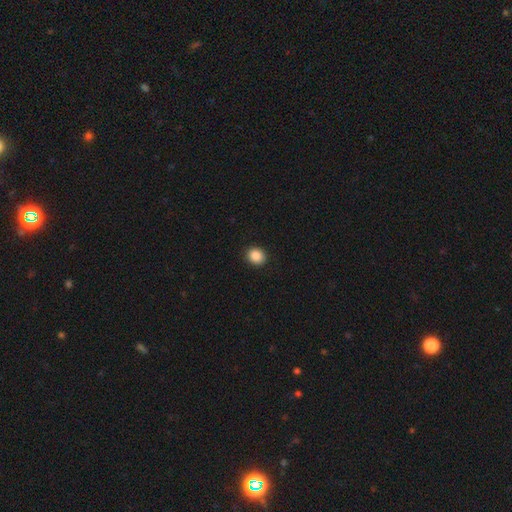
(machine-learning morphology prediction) Smooth or featured? smooth (88%)
How rounded? round (74%)
Merging? none (92%)